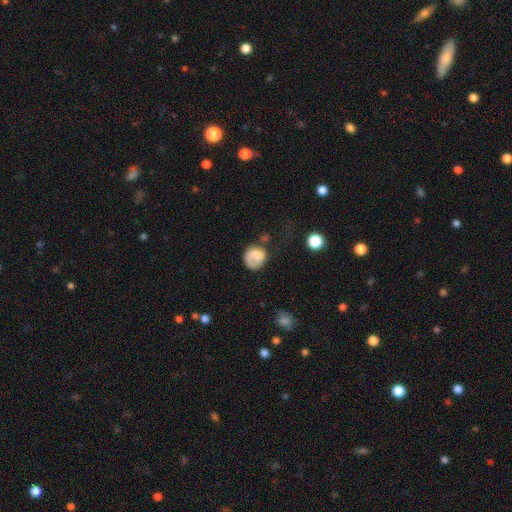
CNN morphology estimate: Smooth or featured: smooth — 63% (featured or disk — 29%)
How rounded: round — 71% (in between — 28%)
Merging: none — 45% (major disturbance — 26%)